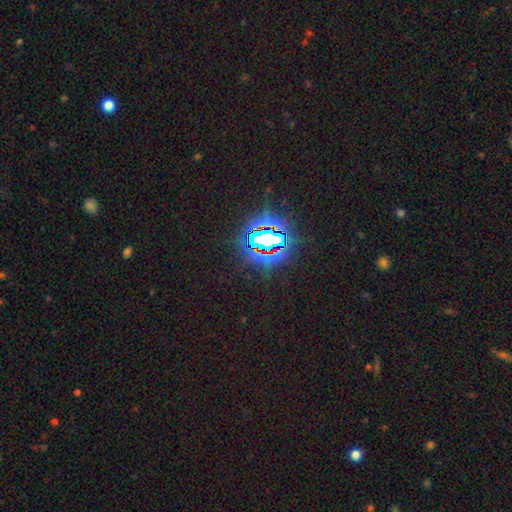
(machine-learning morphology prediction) star or artifact 84%, smooth 10%, featured or disk 7%.